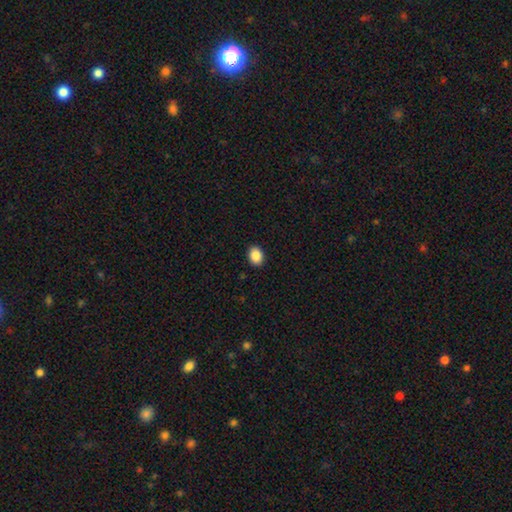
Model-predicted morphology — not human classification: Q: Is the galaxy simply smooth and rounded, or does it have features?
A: smooth — 88%.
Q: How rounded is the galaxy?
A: in between — 64%.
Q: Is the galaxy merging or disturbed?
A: none — 91%.